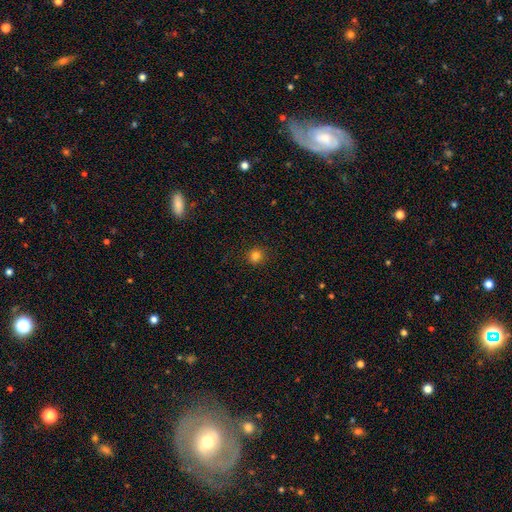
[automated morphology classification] Smooth or featured? smooth (82%)
How rounded? round (89%)
Merging? none (90%)